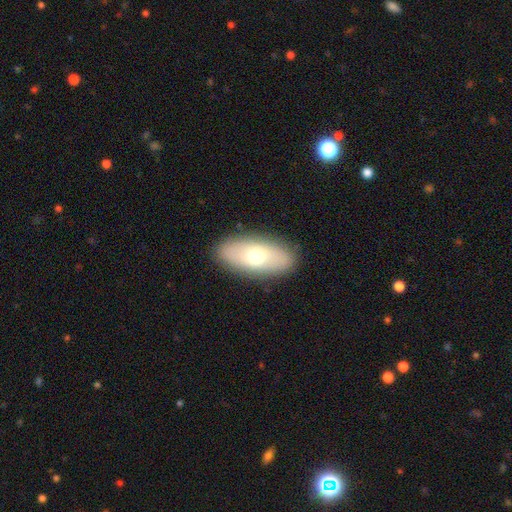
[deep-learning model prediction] This is likely a smooth galaxy (63%). How rounded: clearly in between (88%). Merging: clearly none (90%).